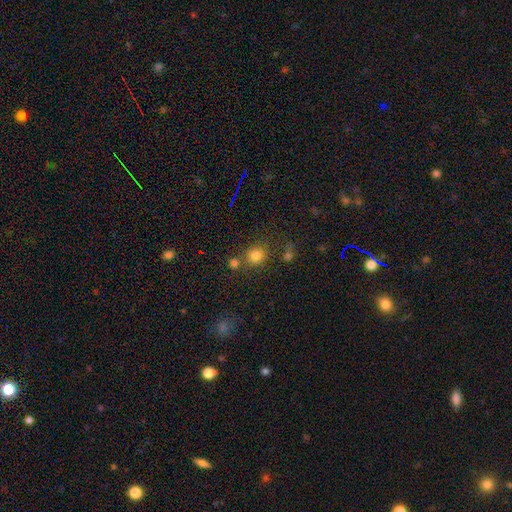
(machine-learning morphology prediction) This is likely a smooth galaxy (79%). How rounded: clearly round (81%). Merging: likely none (66%).